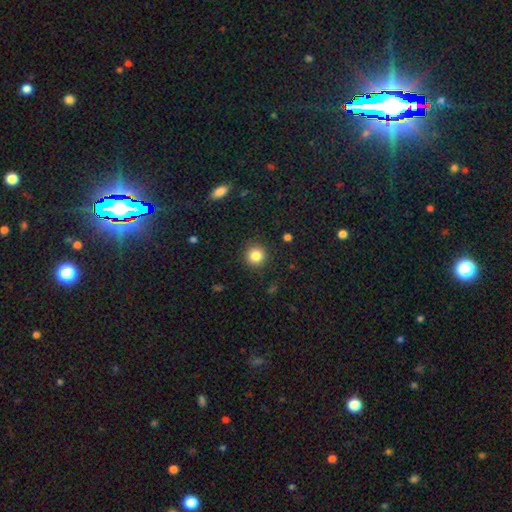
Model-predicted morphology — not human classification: Smooth or featured?
  - smooth: 84% *
  - star or artifact: 11%
  - featured or disk: 5%
How rounded?
  - round: 94% *
  - in between: 5%
  - cigar-shaped: 1%
Merging?
  - none: 91% *
  - minor disturbance: 6%
  - major disturbance: 2%
  - merger: 1%